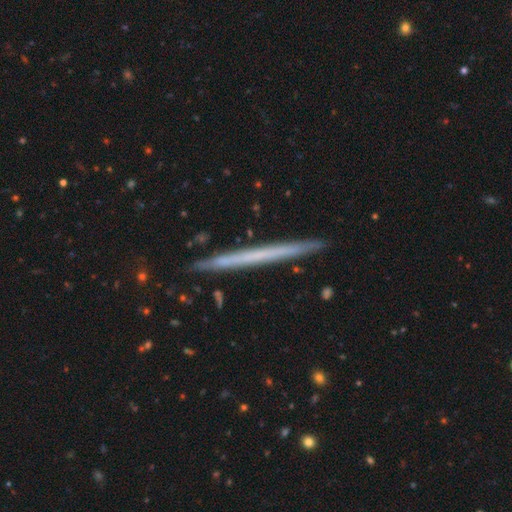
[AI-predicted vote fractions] smooth-or-featured: featured or disk: 52% | smooth: 42% | star or artifact: 6%
  disk-edge-on: yes: 97% | no: 3%
    edge-on-bulge: none: 94% | rounded: 4% | boxy: 2%
  merging: none: 90% | minor disturbance: 7% | major disturbance: 1% | merger: 1%